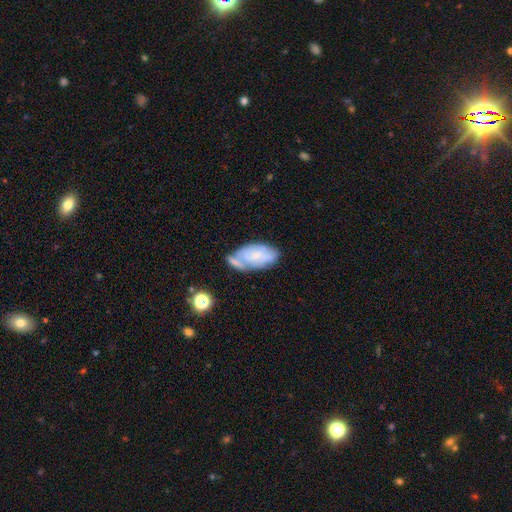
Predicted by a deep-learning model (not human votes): smooth_or_featured: featured or disk (p=0.53) [alt: smooth p=0.39]
disk_edge_on: no (p=0.93) [alt: yes p=0.07]
merging: none (p=0.43) [alt: minor disturbance p=0.30]